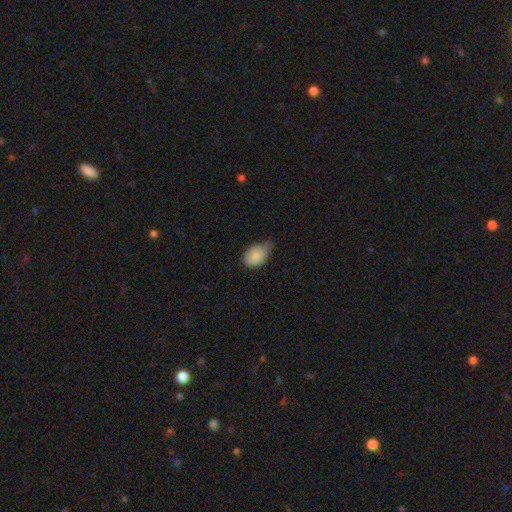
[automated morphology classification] Smooth or featured: smooth — 86% (star or artifact — 8%)
How rounded: in between — 83% (round — 16%)
Merging: minor disturbance — 53% (none — 32%)